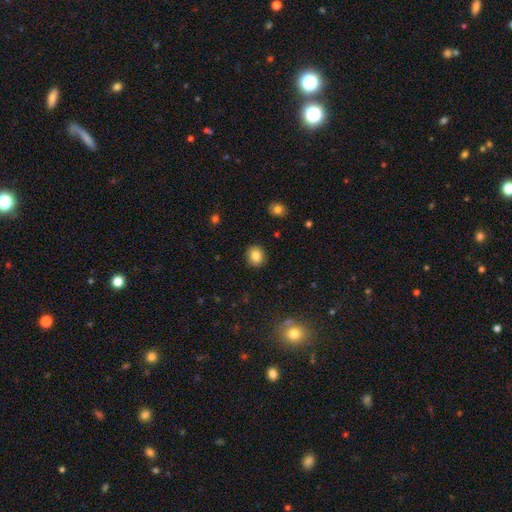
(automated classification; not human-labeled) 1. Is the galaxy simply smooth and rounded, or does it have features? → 84% smooth, 9% star or artifact, 6% featured or disk.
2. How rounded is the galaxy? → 77% round, 22% in between, 1% cigar-shaped.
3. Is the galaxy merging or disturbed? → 90% none, 7% minor disturbance, 2% major disturbance, 1% merger.